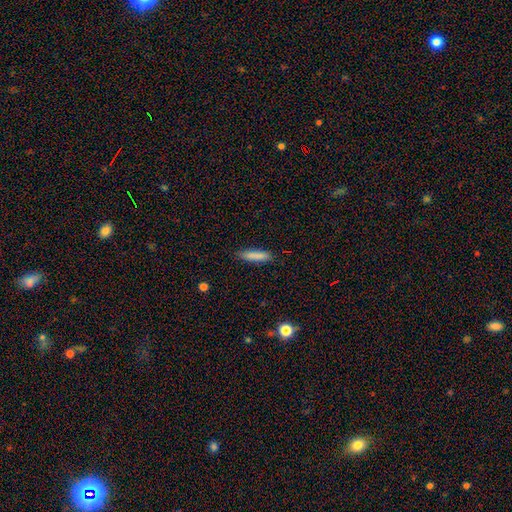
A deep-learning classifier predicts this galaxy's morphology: Smooth or featured: smooth — 85% (featured or disk — 8%)
How rounded: cigar-shaped — 78% (in between — 20%)
Merging: none — 87% (minor disturbance — 10%)